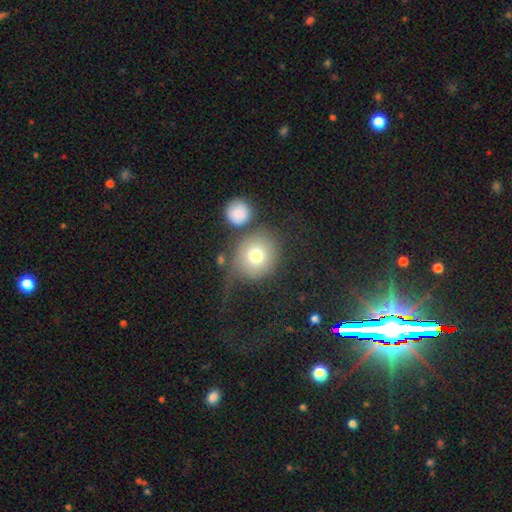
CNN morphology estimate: type=smooth (74%); roundness=round (85%); merging=none (56%).